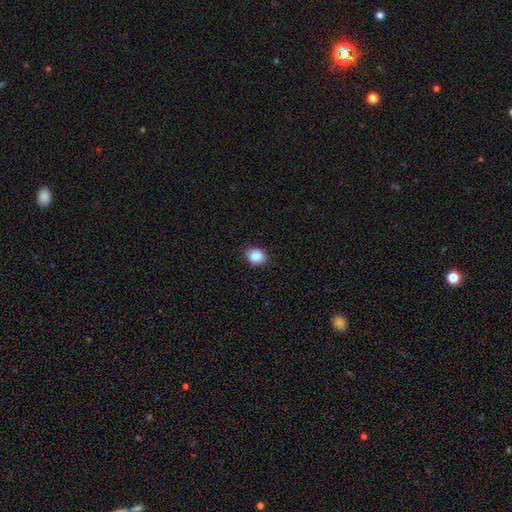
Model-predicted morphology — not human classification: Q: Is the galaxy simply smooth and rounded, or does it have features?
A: smooth — 86%.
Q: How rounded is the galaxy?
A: in between — 52%.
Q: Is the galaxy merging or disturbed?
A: none — 89%.